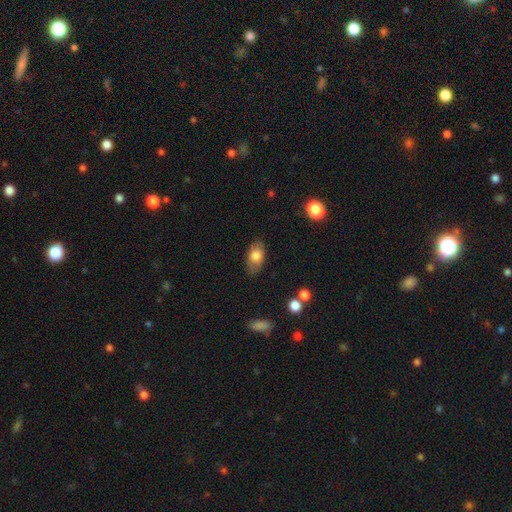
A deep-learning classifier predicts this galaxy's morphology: smooth 75%, featured or disk 17%, star or artifact 7%. Down the decision tree: how rounded — in between (90%); merging — none (80%).